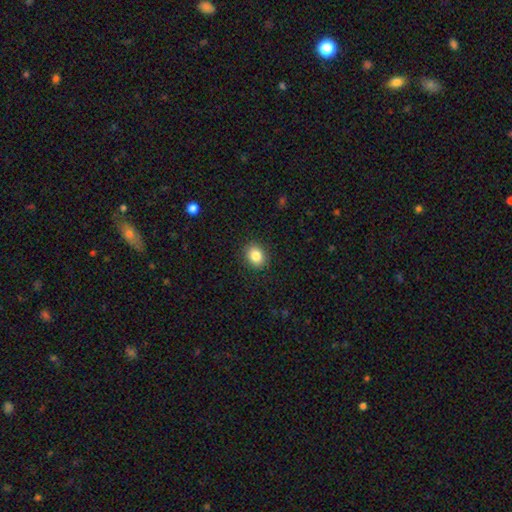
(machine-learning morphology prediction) This is clearly a smooth galaxy (85%). How rounded: possibly round (54%). Merging: clearly none (90%).